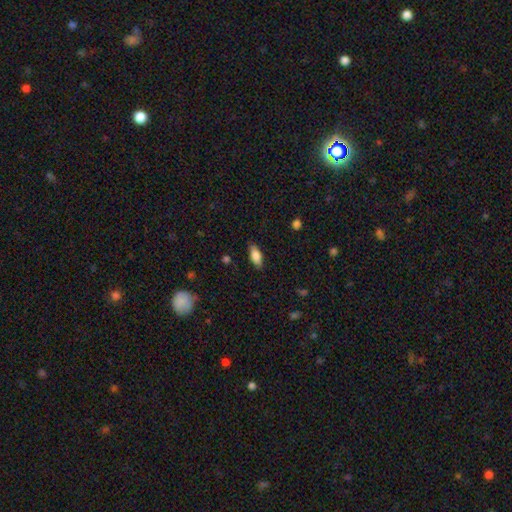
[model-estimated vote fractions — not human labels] Smooth or featured: smooth — 83% (featured or disk — 10%)
How rounded: in between — 83% (cigar-shaped — 14%)
Merging: none — 85% (minor disturbance — 11%)